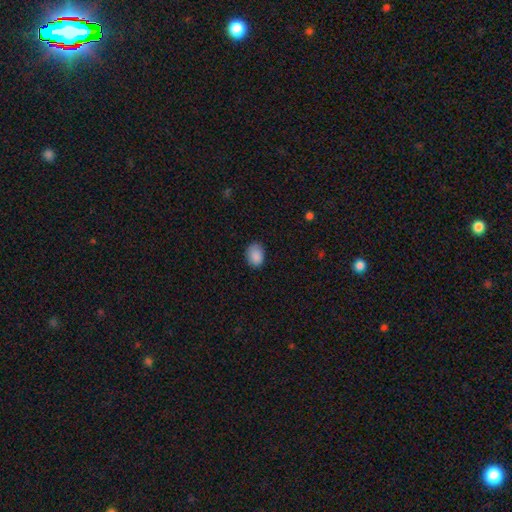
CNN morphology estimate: A smooth galaxy with no disk features (88%) that is in between round and cigar-shaped (70%).

Vote fractions:
- Smooth or featured? smooth: 88% / star or artifact: 8% / featured or disk: 3%
- How rounded? in between: 70% / round: 29% / cigar-shaped: 1%
- Merging? none: 78% / minor disturbance: 18% / major disturbance: 3% / merger: 1%